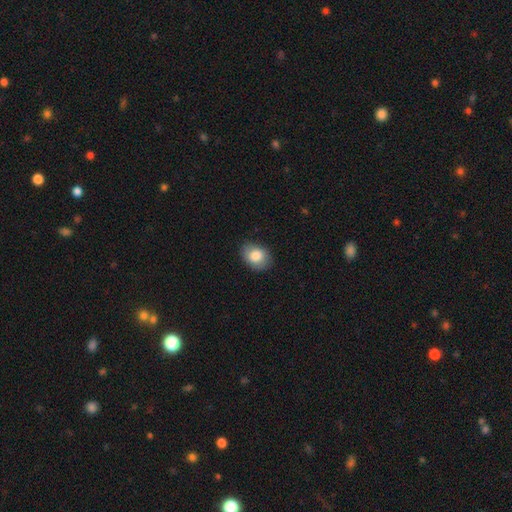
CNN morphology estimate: smooth-or-featured: smooth: 83% | featured or disk: 10% | star or artifact: 7%
  how-rounded: in between: 72% | round: 27% | cigar-shaped: 1%
  merging: none: 83% | minor disturbance: 13% | major disturbance: 3% | merger: 1%